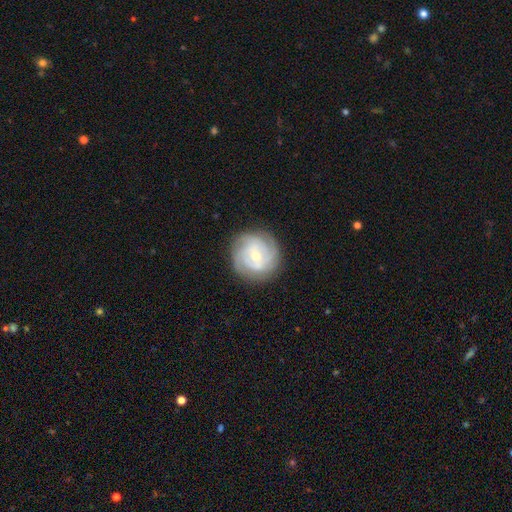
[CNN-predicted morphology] smooth_or_featured: featured or disk (p=0.80) [alt: smooth p=0.15]
disk_edge_on: no (p=0.98) [alt: yes p=0.02]
bar: no (p=0.55) [alt: weak p=0.36]
has_spiral_arms: yes (p=0.95) [alt: no p=0.05]
spiral_winding: tight (p=0.68) [alt: medium p=0.26]
spiral_arm_count: 3 (p=0.37) [alt: can't tell p=0.23]
bulge_size: small (p=0.53) [alt: moderate p=0.44]
merging: none (p=0.83) [alt: minor disturbance p=0.12]